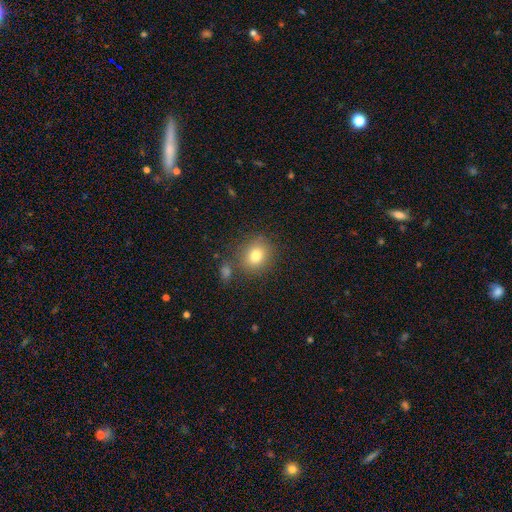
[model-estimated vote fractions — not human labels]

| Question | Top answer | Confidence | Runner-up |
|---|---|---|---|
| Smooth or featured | smooth | 79% | star or artifact (12%) |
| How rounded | round | 75% | in between (24%) |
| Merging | none | 78% | minor disturbance (11%) |